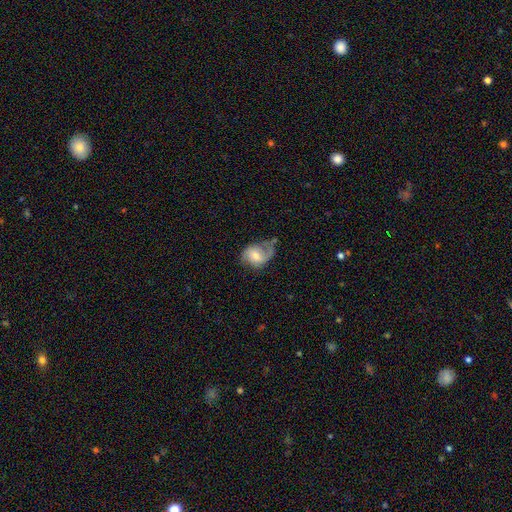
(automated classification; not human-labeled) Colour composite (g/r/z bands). It shows a featured or disk galaxy (61%) with no bar (48%), 2 (64%) medium (41%) spiral arms (86%) and a moderate central bulge (55%). Merging: none (43%).